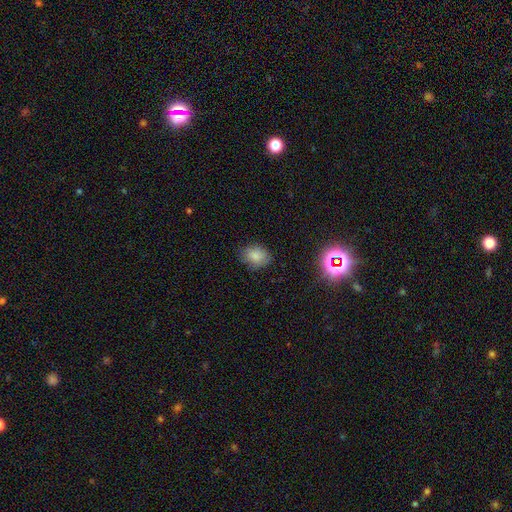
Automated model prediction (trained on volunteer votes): smooth_or_featured: smooth (p=0.81) [alt: star or artifact p=0.12]
how_rounded: in between (p=0.61) [alt: round p=0.38]
merging: none (p=0.78) [alt: minor disturbance p=0.16]